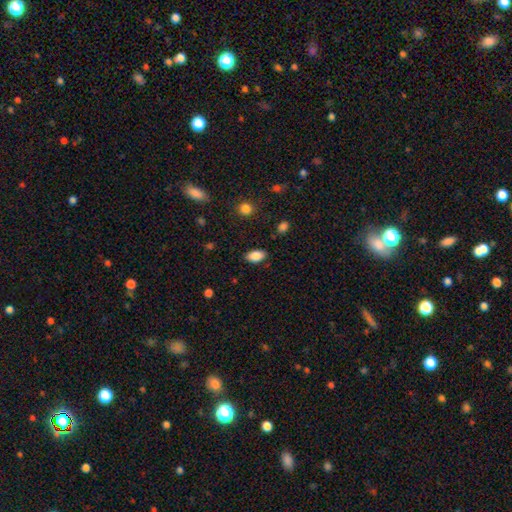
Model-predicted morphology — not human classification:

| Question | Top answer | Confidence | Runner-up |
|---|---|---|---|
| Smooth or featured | smooth | 87% | star or artifact (8%) |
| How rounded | in between | 93% | round (5%) |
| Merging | none | 84% | minor disturbance (11%) |